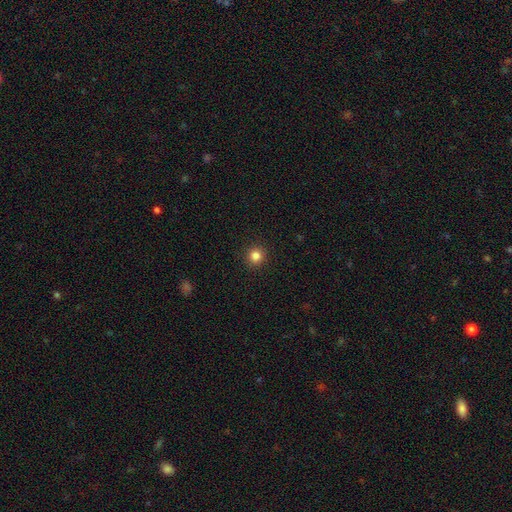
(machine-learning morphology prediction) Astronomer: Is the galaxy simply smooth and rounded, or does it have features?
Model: smooth — 84%.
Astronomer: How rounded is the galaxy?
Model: round — 94%.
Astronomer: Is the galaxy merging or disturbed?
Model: none — 93%.